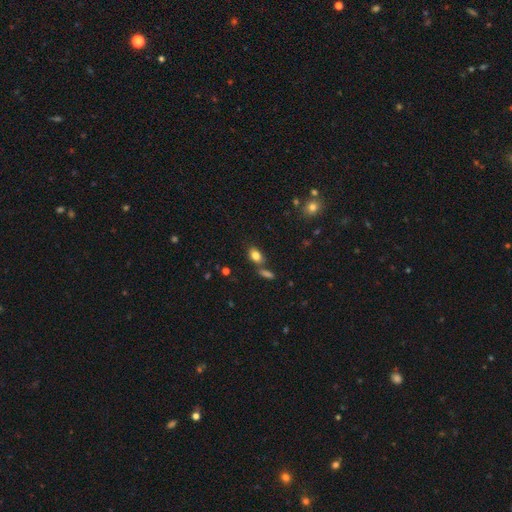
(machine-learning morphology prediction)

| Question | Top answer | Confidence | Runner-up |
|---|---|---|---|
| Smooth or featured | smooth | 81% | star or artifact (10%) |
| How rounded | in between | 82% | round (15%) |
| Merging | none | 66% | merger (17%) |